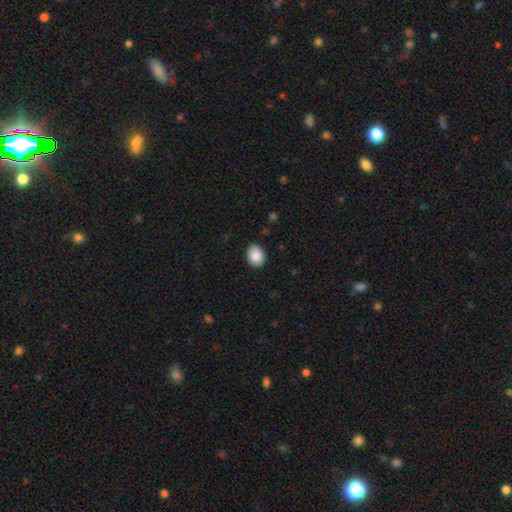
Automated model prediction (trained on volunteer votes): Smooth or featured?
  - smooth: 88% *
  - star or artifact: 7%
  - featured or disk: 4%
How rounded?
  - in between: 52% *
  - round: 47%
  - cigar-shaped: 1%
Merging?
  - none: 89% *
  - minor disturbance: 8%
  - major disturbance: 2%
  - merger: 1%